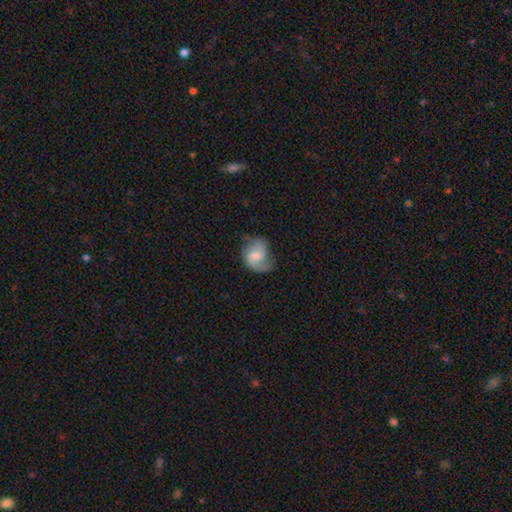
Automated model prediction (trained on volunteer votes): Q: Smooth or featured?
A: featured or disk (57%); runner-up: smooth (36%)
Q: Edge-on disk?
A: no (97%); runner-up: yes (3%)
Q: Bar?
A: no (51%); runner-up: weak (41%)
Q: Spiral arms?
A: yes (89%); runner-up: no (11%)
Q: Bulge size?
A: moderate (45%); runner-up: small (29%)
Q: Merging?
A: none (50%); runner-up: minor disturbance (30%)